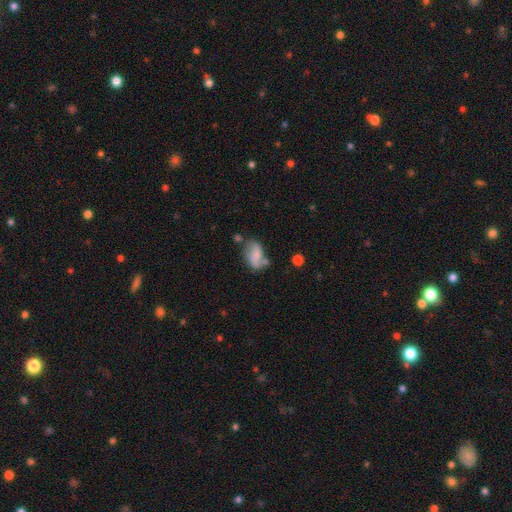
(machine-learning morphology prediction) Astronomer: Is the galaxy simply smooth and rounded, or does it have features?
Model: smooth — 55% (runner-up: featured or disk, 36%).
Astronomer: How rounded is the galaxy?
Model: in between — 88%.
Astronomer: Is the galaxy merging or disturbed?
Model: none — 42% (runner-up: minor disturbance, 26%).